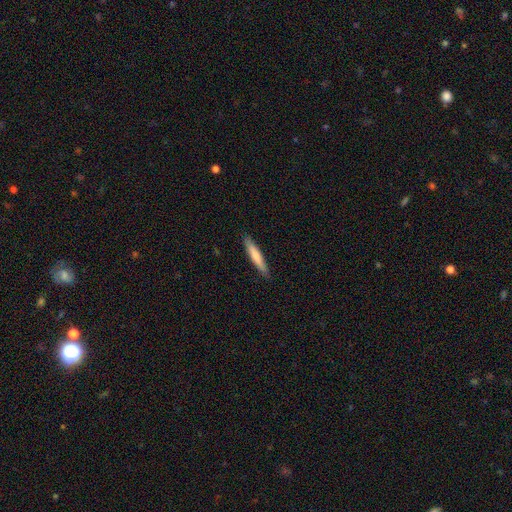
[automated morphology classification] Smooth or featured? smooth (74%)
How rounded? cigar-shaped (92%)
Merging? none (89%)